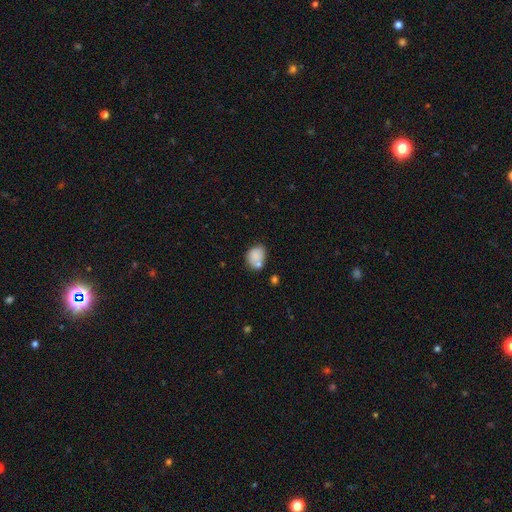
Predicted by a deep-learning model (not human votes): Q: Smooth or featured?
A: smooth (82%); runner-up: featured or disk (10%)
Q: How rounded?
A: in between (50%); runner-up: round (49%)
Q: Merging?
A: none (52%); runner-up: merger (22%)